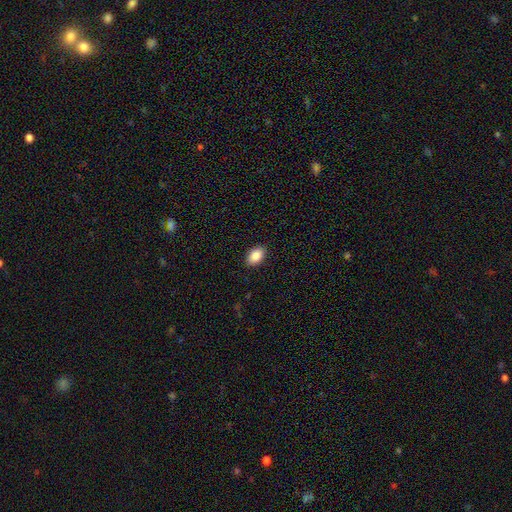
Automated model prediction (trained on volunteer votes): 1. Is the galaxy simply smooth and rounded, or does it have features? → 89% smooth, 7% star or artifact, 4% featured or disk.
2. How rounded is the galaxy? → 91% in between, 8% round, 1% cigar-shaped.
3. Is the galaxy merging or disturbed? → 89% none, 8% minor disturbance, 2% major disturbance, 1% merger.